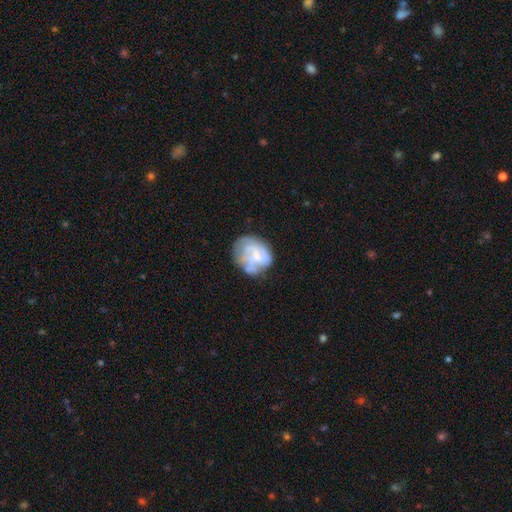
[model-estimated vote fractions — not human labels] The model was most divided on "bulge size": small: 38%, none: 37%, moderate: 21%, large: 3%, dominant: 1%. Remaining: edge-on disk — no (98%); bar — no (65%); smooth or featured — featured or disk (56%); spiral arms — yes (54%); merging — none (49%).